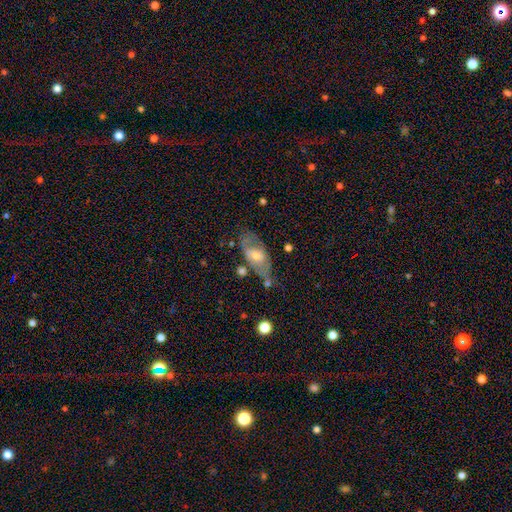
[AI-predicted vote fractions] Smooth or featured? featured or disk (57%)
Edge-on disk? no (82%)
Merging? none (51%)